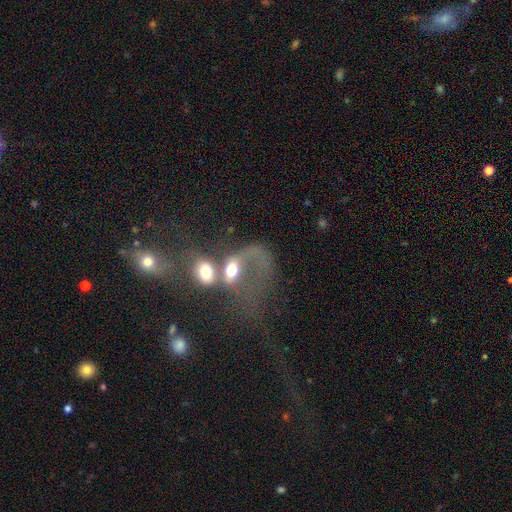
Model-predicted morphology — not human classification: Smooth or featured? featured or disk (47%)
Merging? merger (62%)